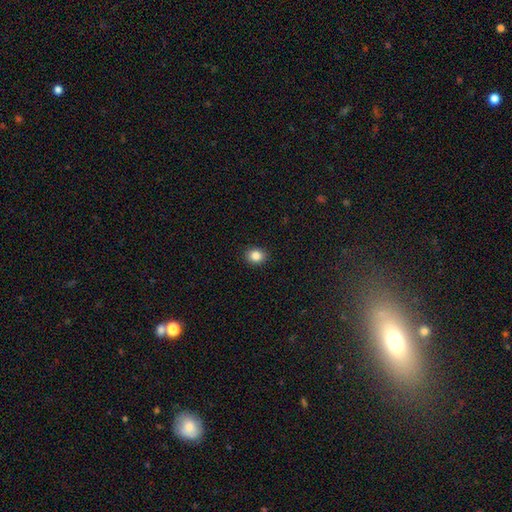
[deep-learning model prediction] Smooth or featured? smooth (85%)
How rounded? round (57%)
Merging? none (91%)